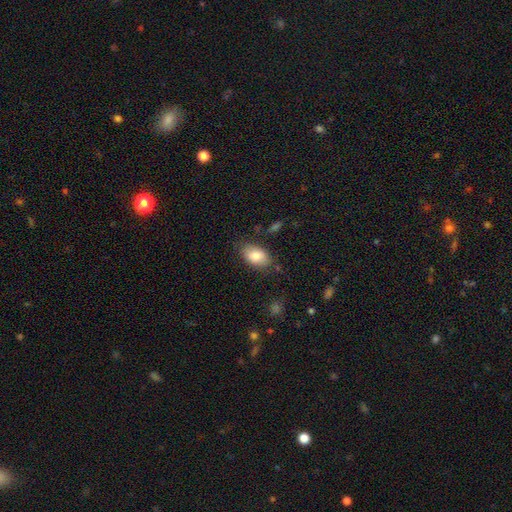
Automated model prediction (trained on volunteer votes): Smooth or featured? smooth (85%)
How rounded? in between (90%)
Merging? none (76%)